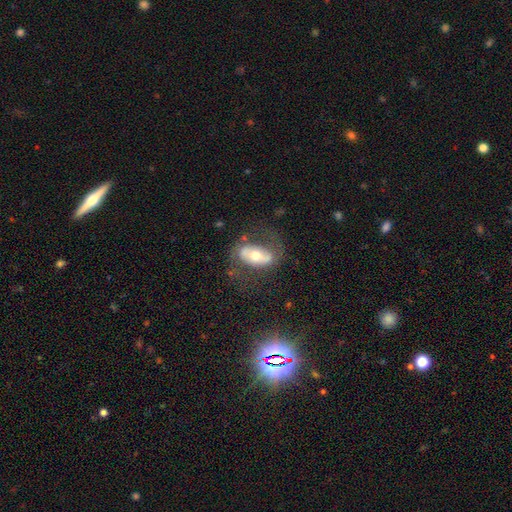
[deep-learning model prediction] Q: Smooth or featured?
A: featured or disk (60%); runner-up: smooth (33%)
Q: Edge-on disk?
A: no (89%); runner-up: yes (11%)
Q: Bar?
A: no (44%); runner-up: strong (31%)
Q: Spiral arms?
A: yes (63%); runner-up: no (37%)
Q: Bulge size?
A: moderate (66%); runner-up: small (21%)
Q: Merging?
A: none (61%); runner-up: minor disturbance (19%)